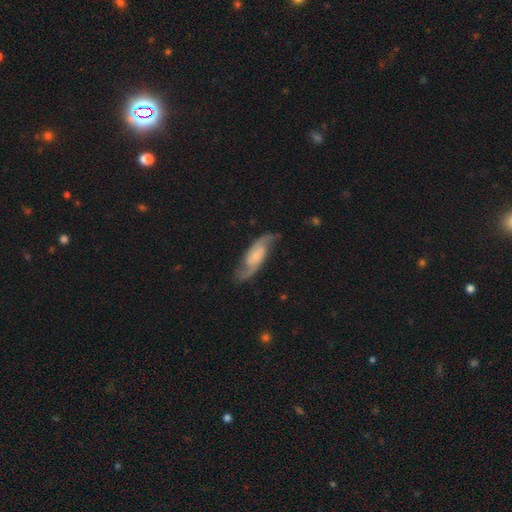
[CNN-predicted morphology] Smooth or featured: featured or disk — 82% (smooth — 13%)
Edge-on disk: no — 91% (yes — 9%)
Bar: no — 50% (weak — 38%)
Spiral arms: yes — 96% (no — 4%)
Spiral winding: medium — 46% (loose — 37%)
Spiral arm count: 2 — 91% (can't tell — 4%)
Bulge size: small — 52% (moderate — 28%)
Merging: none — 79% (minor disturbance — 15%)